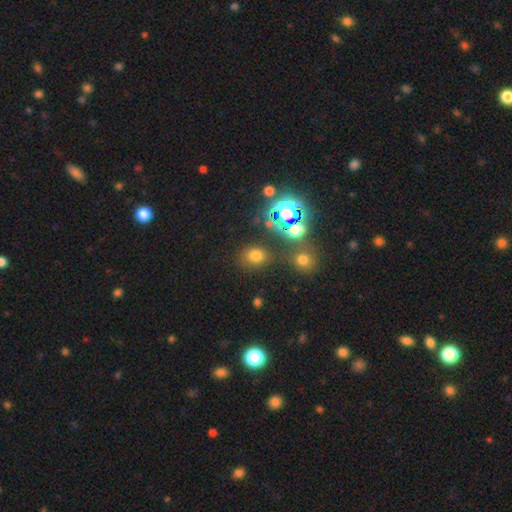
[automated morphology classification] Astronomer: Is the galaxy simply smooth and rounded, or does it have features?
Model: smooth — 66%.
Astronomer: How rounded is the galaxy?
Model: round — 52% (runner-up: in between, 46%).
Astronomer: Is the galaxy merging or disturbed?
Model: none — 77%.